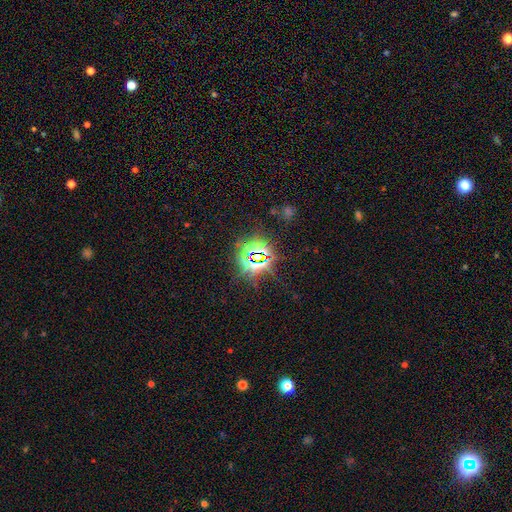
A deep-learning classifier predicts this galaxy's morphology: This is clearly a star or artifact rather than a galaxy (82%).